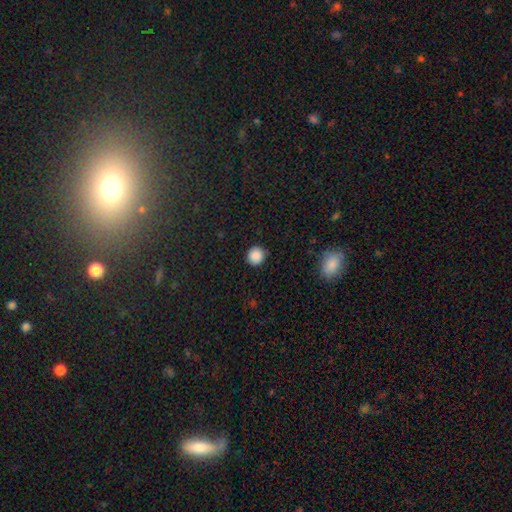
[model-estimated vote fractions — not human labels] smooth 88%, star or artifact 10%, featured or disk 3%. Down the decision tree: how rounded — round (92%); merging — none (90%).